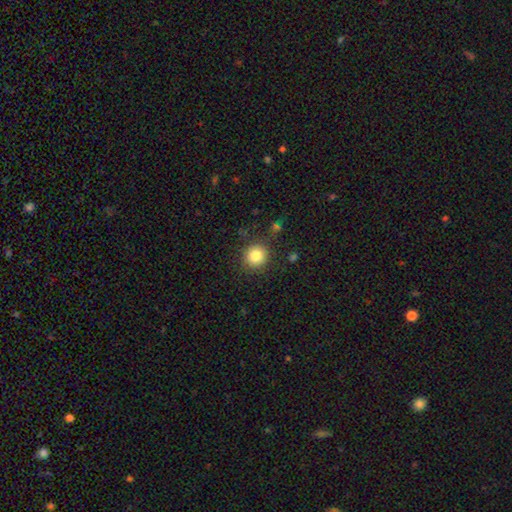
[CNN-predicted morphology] Smooth or featured? smooth (83%)
How rounded? round (89%)
Merging? none (87%)